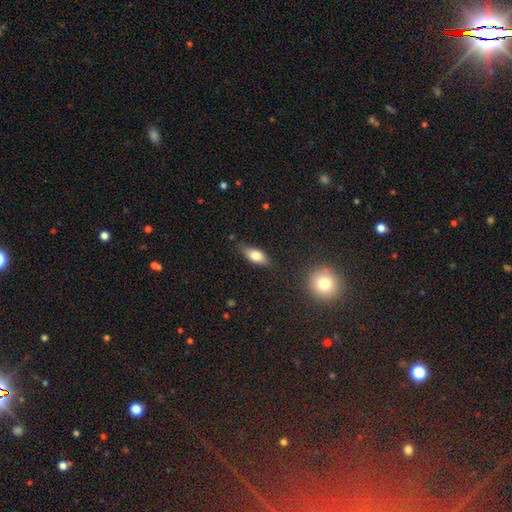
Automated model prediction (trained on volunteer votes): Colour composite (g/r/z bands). It shows a smooth galaxy with no disk features (73%) that is in between round and cigar-shaped (80%). Merging: none (75%).